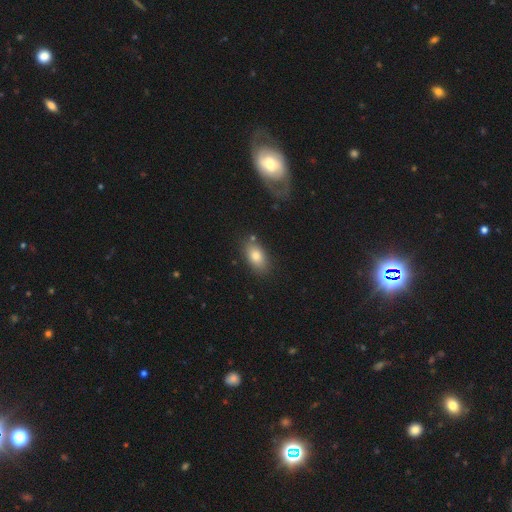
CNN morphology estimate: Smooth or featured: smooth — 80% (featured or disk — 12%)
How rounded: in between — 89% (round — 7%)
Merging: none — 79% (minor disturbance — 13%)